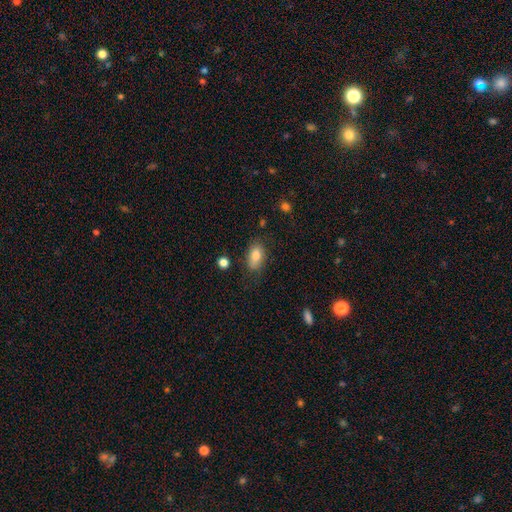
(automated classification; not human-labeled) smooth 81%, featured or disk 11%, star or artifact 8%. Down the decision tree: how rounded — in between (89%); merging — none (75%).